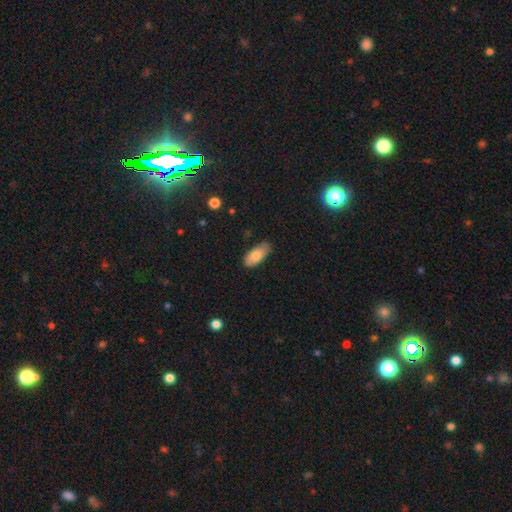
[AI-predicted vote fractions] This is likely a smooth galaxy (79%). How rounded: clearly in between (88%). Merging: likely none (77%).